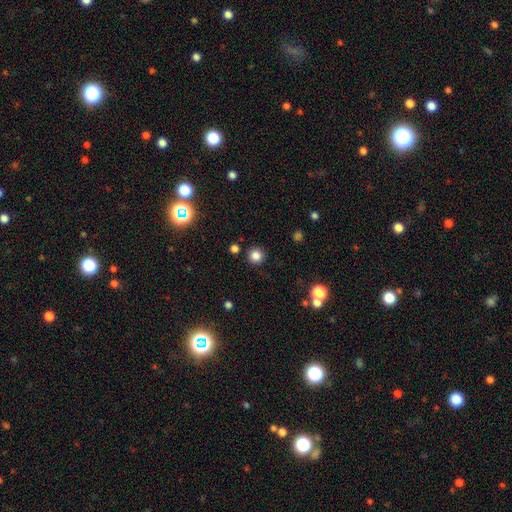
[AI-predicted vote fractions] smooth-or-featured: smooth: 83% | star or artifact: 13% | featured or disk: 4%
  how-rounded: round: 95% | in between: 4% | cigar-shaped: 1%
  merging: none: 90% | minor disturbance: 6% | merger: 2% | major disturbance: 2%